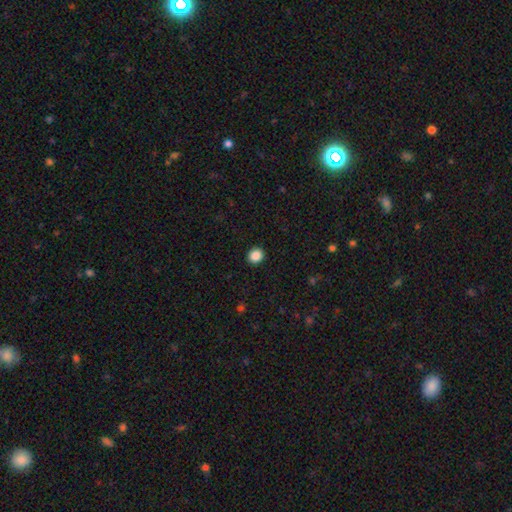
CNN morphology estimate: This is clearly a smooth galaxy (88%). How rounded: clearly round (81%). Merging: clearly none (92%).